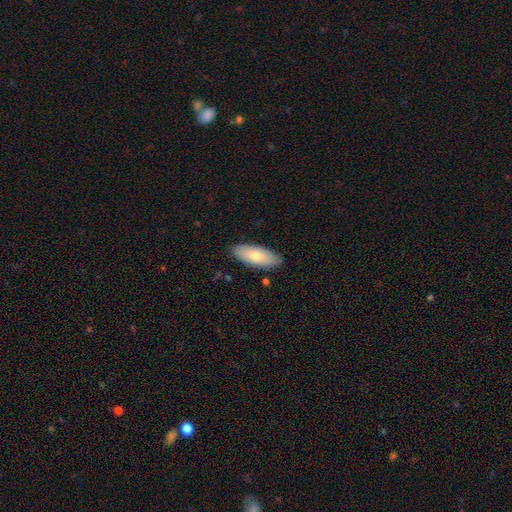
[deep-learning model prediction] A smooth galaxy with no disk features (77%) that is in between round and cigar-shaped (78%). Merging: none (86%).